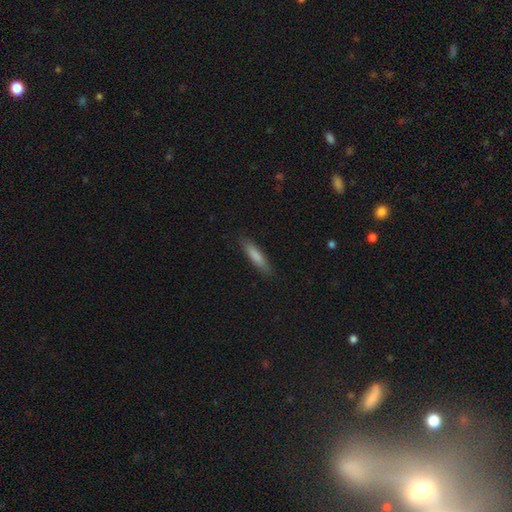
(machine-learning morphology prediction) Q: Smooth or featured?
A: smooth (82%); runner-up: featured or disk (13%)
Q: How rounded?
A: cigar-shaped (78%); runner-up: in between (21%)
Q: Merging?
A: none (85%); runner-up: minor disturbance (12%)